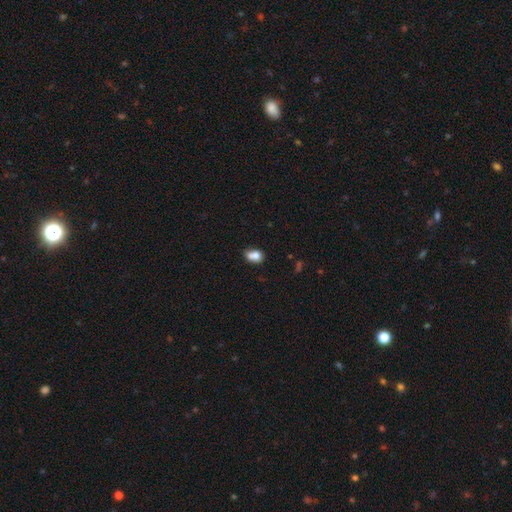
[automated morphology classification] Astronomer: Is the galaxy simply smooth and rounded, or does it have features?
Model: smooth — 77%.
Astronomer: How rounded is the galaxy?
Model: in between — 68%.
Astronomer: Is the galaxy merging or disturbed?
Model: none — 42% (runner-up: merger, 28%).